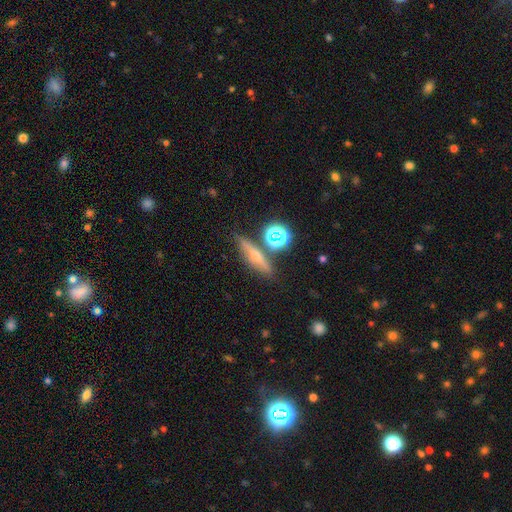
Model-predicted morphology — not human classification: Smooth or featured? Predicted: featured or disk (p=0.50). Edge-on disk? Predicted: yes (p=0.89). Merging? Predicted: none (p=0.80).